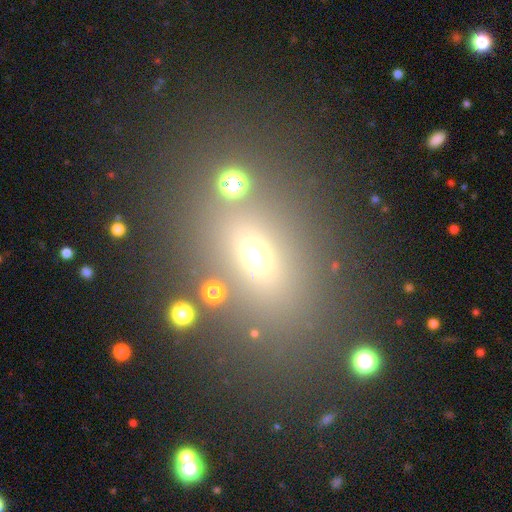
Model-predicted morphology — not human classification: Smooth or featured: smooth — 56% (star or artifact — 29%)
How rounded: in between — 62% (round — 33%)
Merging: none — 75% (minor disturbance — 10%)